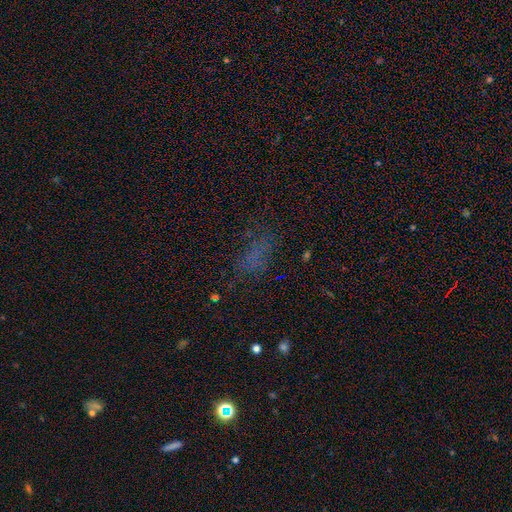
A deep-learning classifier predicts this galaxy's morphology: A smooth galaxy with no disk features (51%) that is in between round and cigar-shaped (74%). Merging: none (57%).